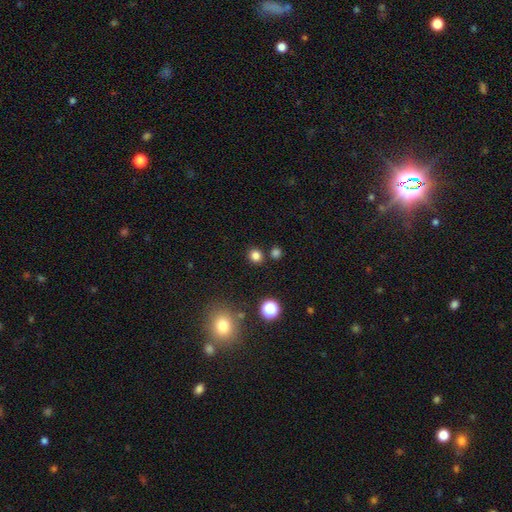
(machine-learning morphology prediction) type=smooth (80%); roundness=round (86%); merging=none (84%).